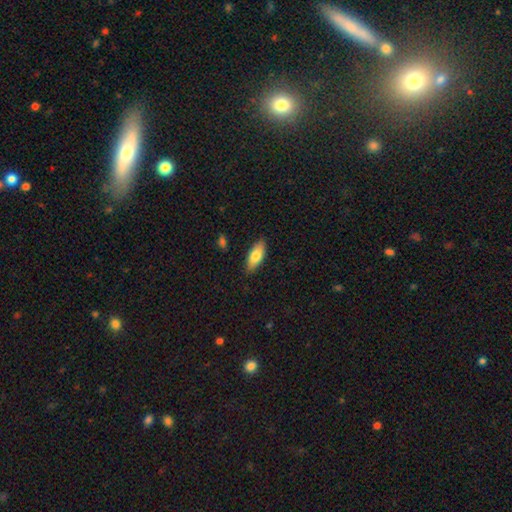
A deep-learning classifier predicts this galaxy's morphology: The model was most divided on "how rounded": in between: 79%, cigar-shaped: 19%, round: 2%. More confident: merging — none (87%); smooth or featured — smooth (79%).